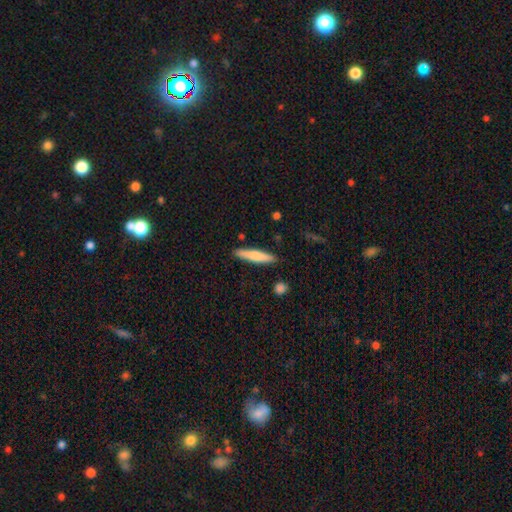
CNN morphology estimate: Smooth or featured?
  - smooth: 70% *
  - featured or disk: 25%
  - star or artifact: 6%
How rounded?
  - cigar-shaped: 88% *
  - in between: 11%
  - round: 1%
Merging?
  - none: 88% *
  - minor disturbance: 8%
  - merger: 2%
  - major disturbance: 2%